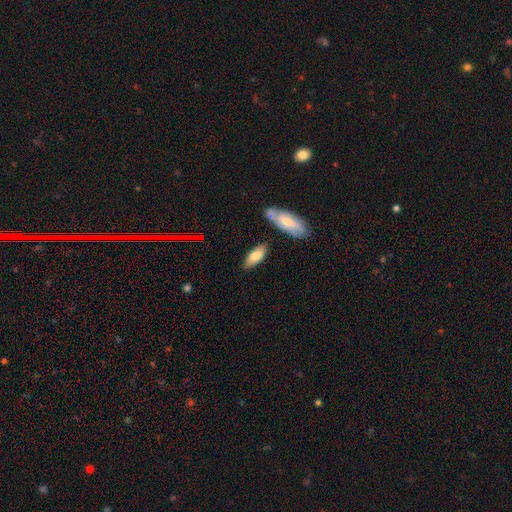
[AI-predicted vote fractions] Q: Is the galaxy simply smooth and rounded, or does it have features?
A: smooth — 77%.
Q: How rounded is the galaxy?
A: in between — 78%.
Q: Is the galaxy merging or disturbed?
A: none — 75%.